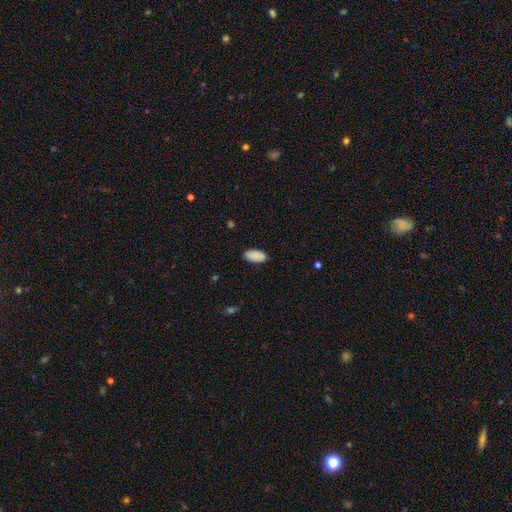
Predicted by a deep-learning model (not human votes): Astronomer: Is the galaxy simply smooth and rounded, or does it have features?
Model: smooth — 90%.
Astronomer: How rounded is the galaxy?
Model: in between — 93%.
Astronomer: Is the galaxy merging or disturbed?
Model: none — 87%.